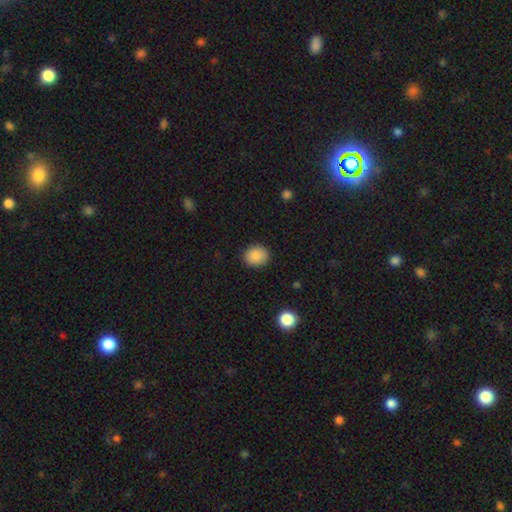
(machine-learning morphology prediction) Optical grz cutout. It shows a smooth galaxy with no disk features (88%) that is round (76%). Merging: none (90%).